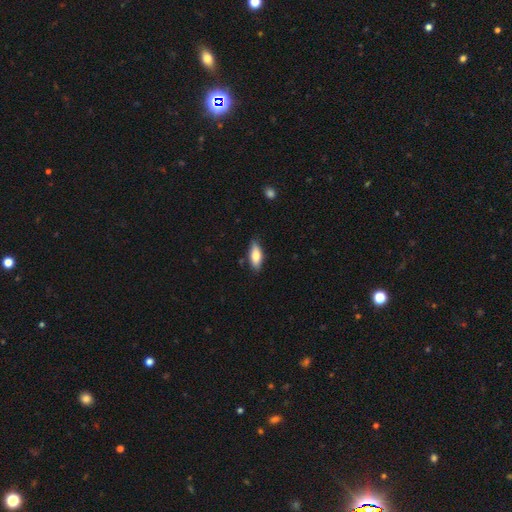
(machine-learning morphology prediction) smooth_or_featured: smooth (p=0.74) [alt: featured or disk p=0.20]
how_rounded: in between (p=0.76) [alt: cigar-shaped p=0.21]
merging: none (p=0.83) [alt: minor disturbance p=0.14]